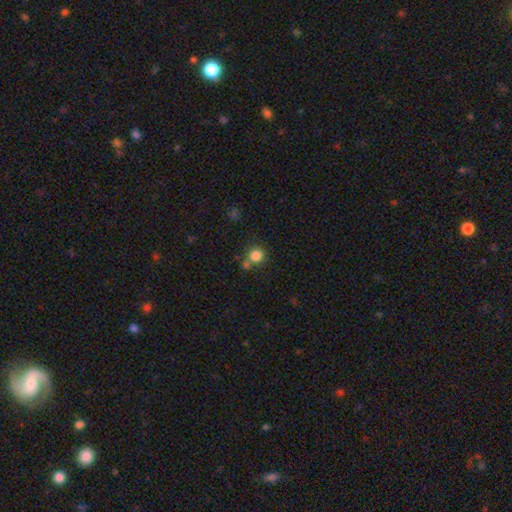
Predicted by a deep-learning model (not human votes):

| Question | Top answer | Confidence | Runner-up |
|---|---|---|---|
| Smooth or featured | smooth | 83% | star or artifact (12%) |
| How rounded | round | 91% | in between (8%) |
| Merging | none | 67% | merger (19%) |